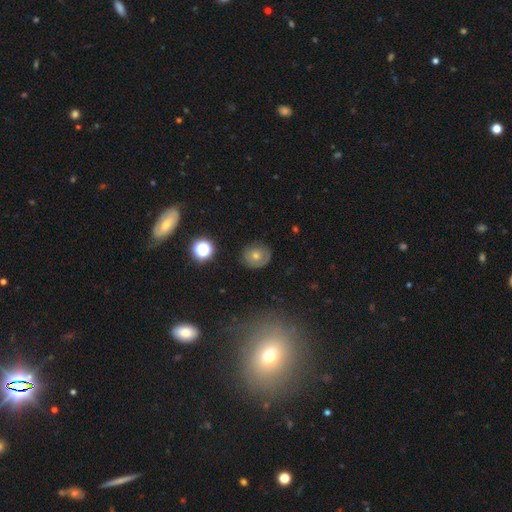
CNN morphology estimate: Smooth or featured? Predicted: smooth (p=0.52). How rounded? Predicted: round (p=0.79). Merging? Predicted: none (p=0.81).